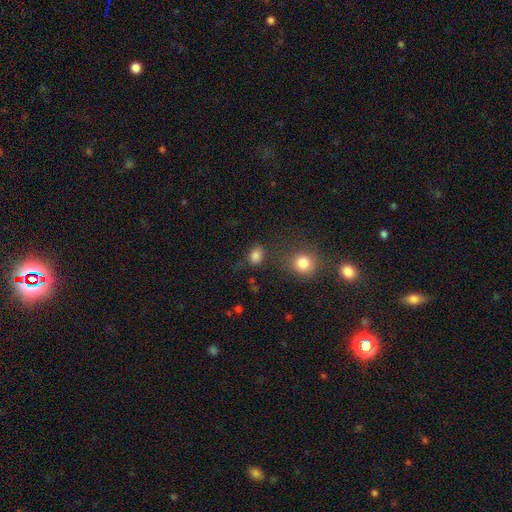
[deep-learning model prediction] This is clearly a smooth galaxy (82%). How rounded: possibly in between (55%). Merging: likely none (72%).